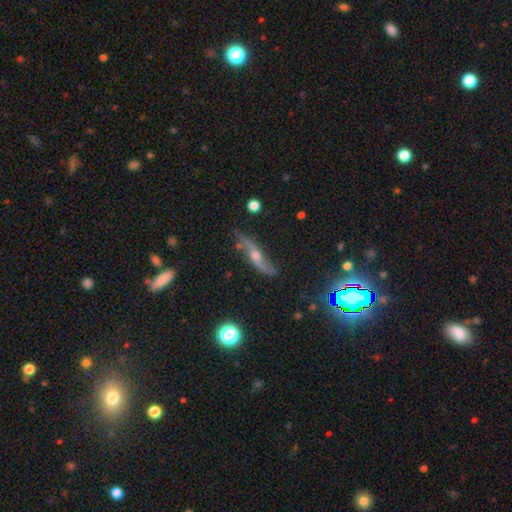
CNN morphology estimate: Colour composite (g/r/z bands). It shows a featured or disk galaxy (77%). Merging: none (69%).